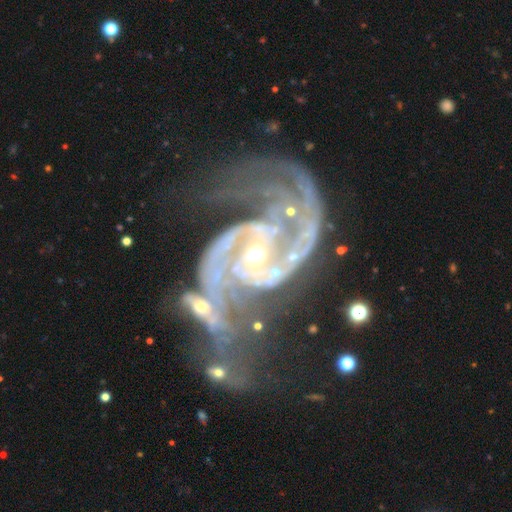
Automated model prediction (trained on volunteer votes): A featured or disk galaxy (93%) with no bar (45%), 2 (74%) medium (56%) spiral arms (98%) and a small central bulge (69%).

Vote fractions:
- Smooth or featured? featured or disk: 93% / star or artifact: 5% / smooth: 2%
- Edge-on disk? no: 98% / yes: 2%
- Bar? no: 45% / weak: 35% / strong: 20%
- Spiral arms? yes: 98% / no: 2%
- Spiral winding? medium: 56% / tight: 25% / loose: 19%
- Spiral arm count? 2: 74% / 3: 9% / can't tell: 5% / 4: 4% / 1: 4% / more than 4: 4%
- Bulge size? small: 69% / moderate: 27% / none: 2% / large: 2% / dominant: 1%
- Merging? none: 30% / major disturbance: 27% / merger: 26% / minor disturbance: 18%